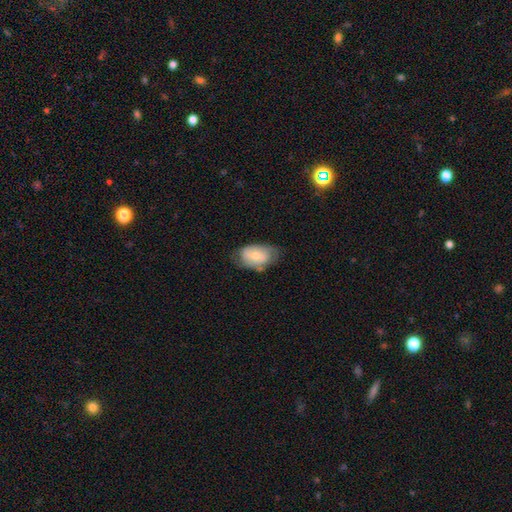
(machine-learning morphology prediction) Smooth or featured? Predicted: smooth (p=0.61). How rounded? Predicted: in between (p=0.89). Merging? Predicted: none (p=0.57).